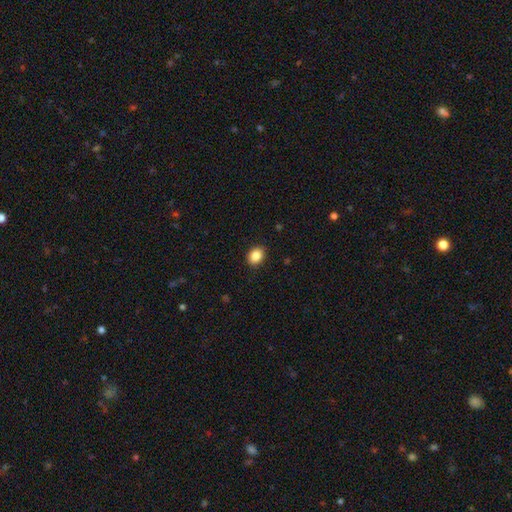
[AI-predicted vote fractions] Q: Smooth or featured?
A: smooth (87%); runner-up: star or artifact (9%)
Q: How rounded?
A: in between (56%); runner-up: round (43%)
Q: Merging?
A: none (90%); runner-up: minor disturbance (7%)